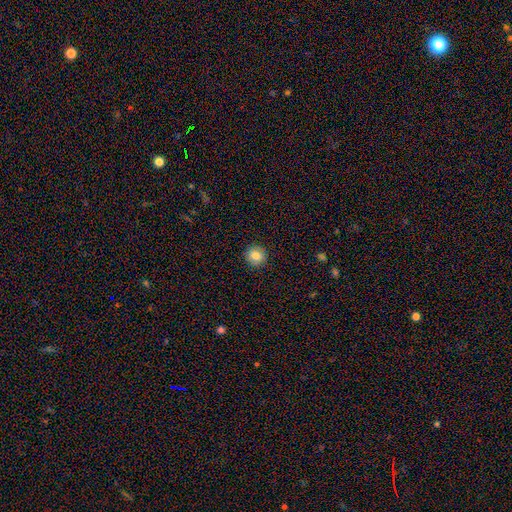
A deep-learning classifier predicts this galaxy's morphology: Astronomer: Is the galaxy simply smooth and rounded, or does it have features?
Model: smooth — 82%.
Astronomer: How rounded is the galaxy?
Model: round — 92%.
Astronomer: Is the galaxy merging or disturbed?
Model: none — 91%.